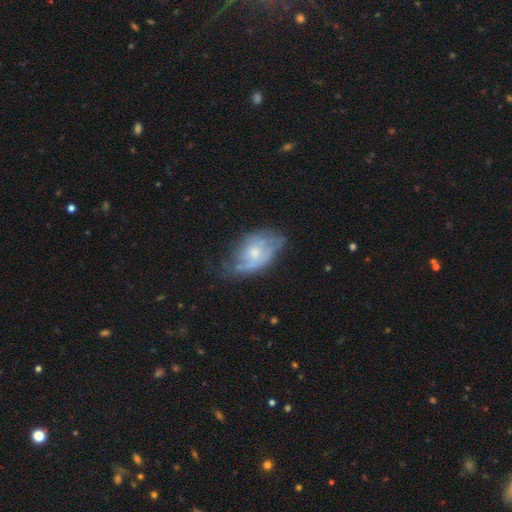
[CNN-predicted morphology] featured or disk 60%, smooth 30%, star or artifact 11%. Down the decision tree: edge-on disk — no (93%); bar — no (72%); spiral arms — yes (73%); bulge size — small (50%); merging — none (55%).